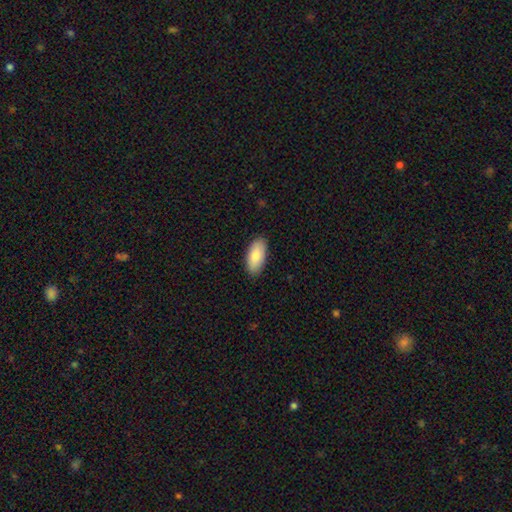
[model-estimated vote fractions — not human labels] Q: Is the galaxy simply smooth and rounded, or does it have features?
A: smooth — 83%.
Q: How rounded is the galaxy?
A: in between — 92%.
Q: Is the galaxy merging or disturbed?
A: none — 88%.